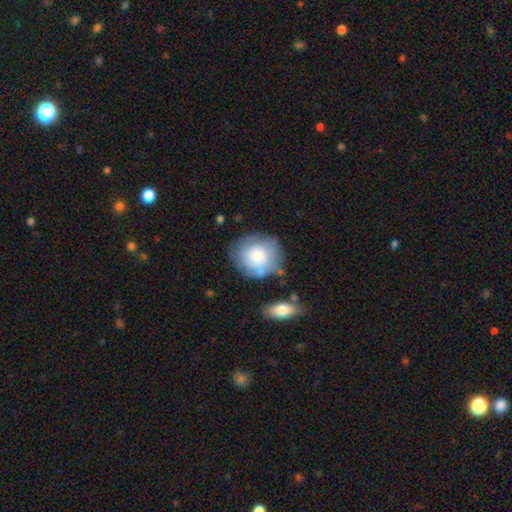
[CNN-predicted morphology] Smooth or featured? smooth (67%)
How rounded? round (83%)
Merging? none (63%)